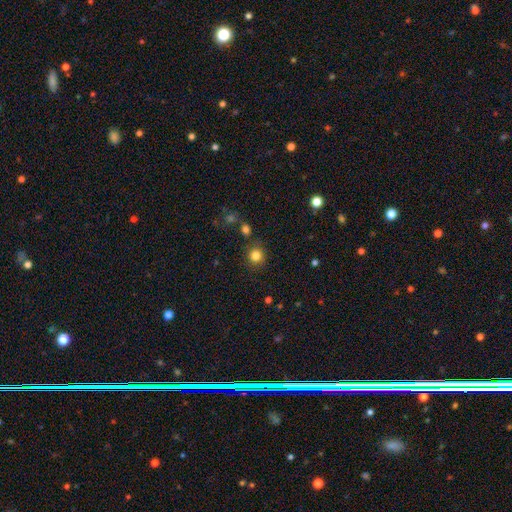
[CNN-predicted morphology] smooth 82%, star or artifact 13%, featured or disk 5%. Down the decision tree: how rounded — round (92%); merging — none (85%).